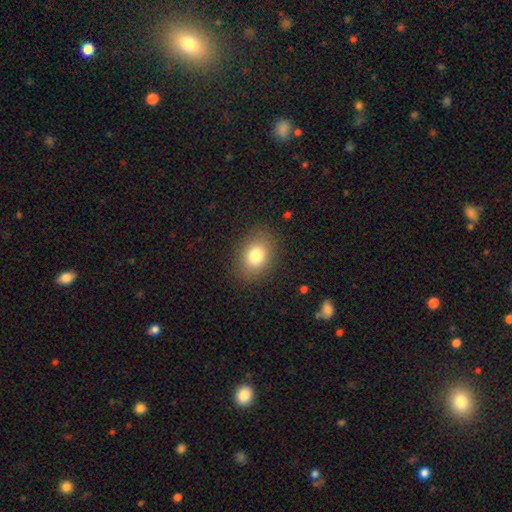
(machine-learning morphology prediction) This appears to be a smooth galaxy with no disk features (80%) that is in between round and cigar-shaped (66%). Merging: none (86%).